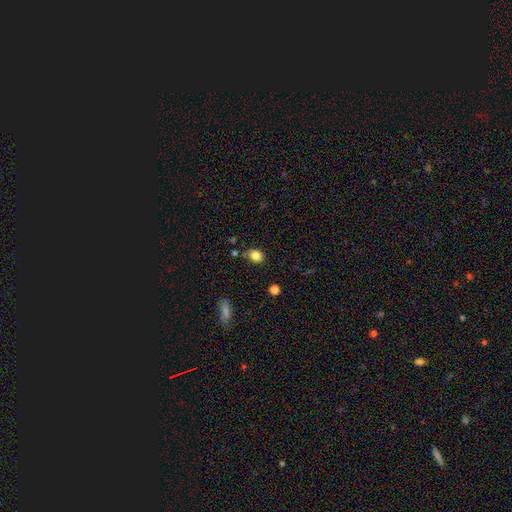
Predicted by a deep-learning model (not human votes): Overall: smooth (83%). How rounded: in between (58%; round 41%). Merging: none (72%).